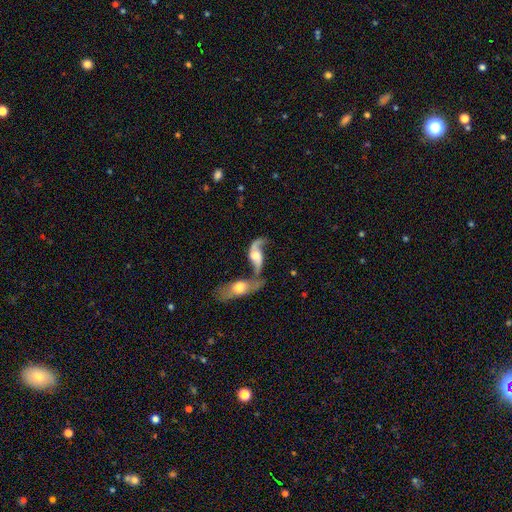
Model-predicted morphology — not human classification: This appears to be a featured or disk galaxy (81%) with no bar (53%), 2 (87%) loose (81%) spiral arms (92%) and a moderate central bulge (50%). Merging: merger (57%).